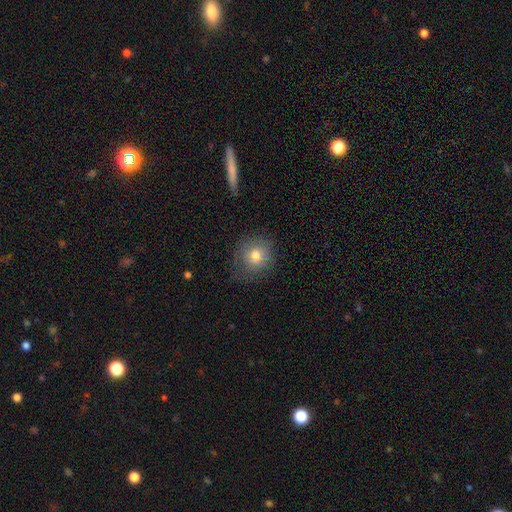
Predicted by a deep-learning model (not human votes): smooth 75%, featured or disk 15%, star or artifact 10%. Down the decision tree: how rounded — round (83%); merging — none (70%).